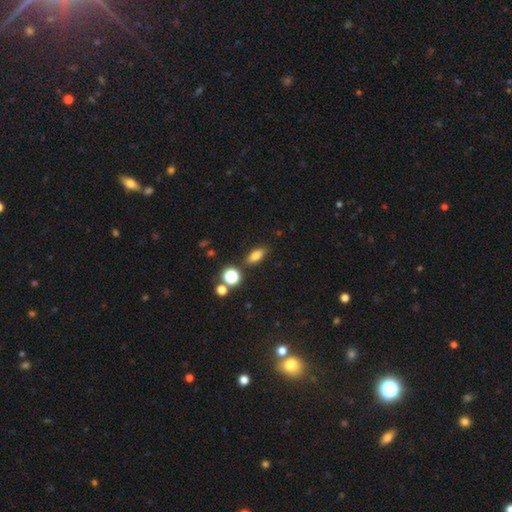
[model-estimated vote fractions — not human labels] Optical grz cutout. It shows a smooth galaxy with no disk features (78%) that is in between round and cigar-shaped (75%). Merging: none (83%).